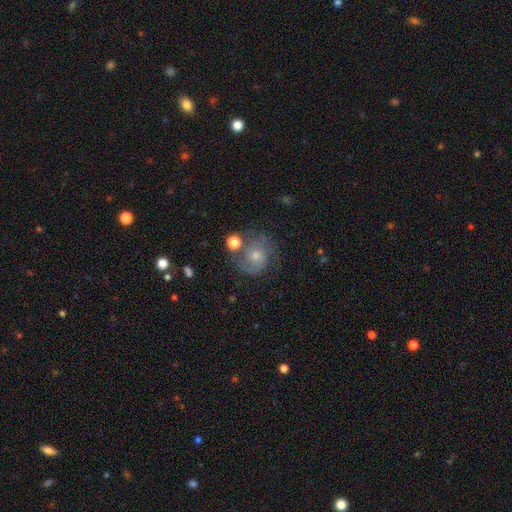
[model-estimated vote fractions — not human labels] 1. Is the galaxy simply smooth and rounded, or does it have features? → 66% featured or disk, 21% smooth, 13% star or artifact.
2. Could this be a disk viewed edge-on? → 98% no, 2% yes.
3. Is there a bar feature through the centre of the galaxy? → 69% no, 27% weak, 4% strong.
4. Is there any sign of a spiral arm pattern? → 90% yes, 10% no.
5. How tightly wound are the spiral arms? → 44% medium, 39% tight, 16% loose.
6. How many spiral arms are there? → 64% 2, 18% can't tell, 8% 1, 6% 3, 2% 4, 2% more than 4.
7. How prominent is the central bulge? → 50% small, 42% moderate, 4% none, 3% large, 1% dominant.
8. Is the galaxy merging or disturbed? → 66% none, 17% minor disturbance, 10% major disturbance, 7% merger.